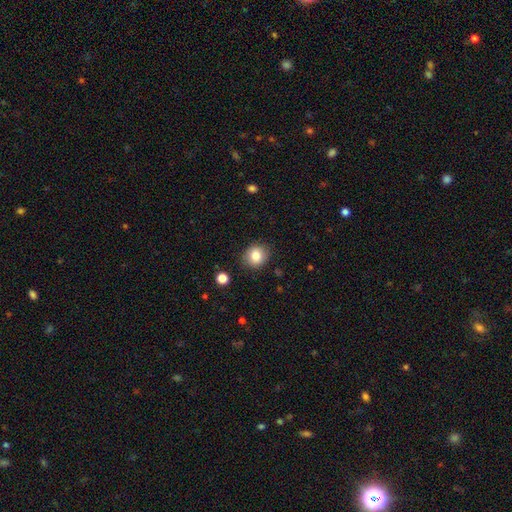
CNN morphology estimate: The model was most divided on "how rounded": round: 76%, in between: 23%, cigar-shaped: 1%. More confident: merging — none (85%); smooth or featured — smooth (83%).